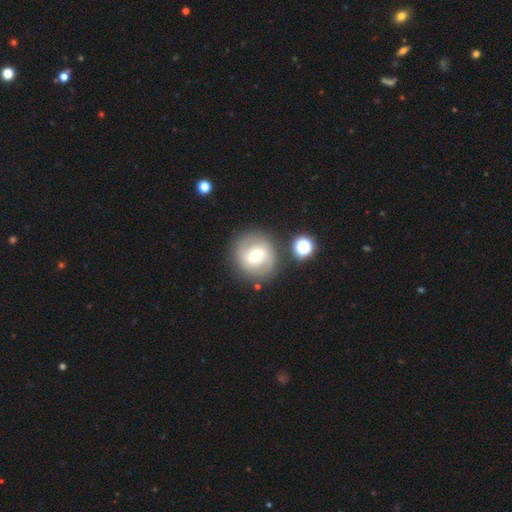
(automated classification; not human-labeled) This is possibly a featured or disk galaxy (46%). Merging: likely none (79%).